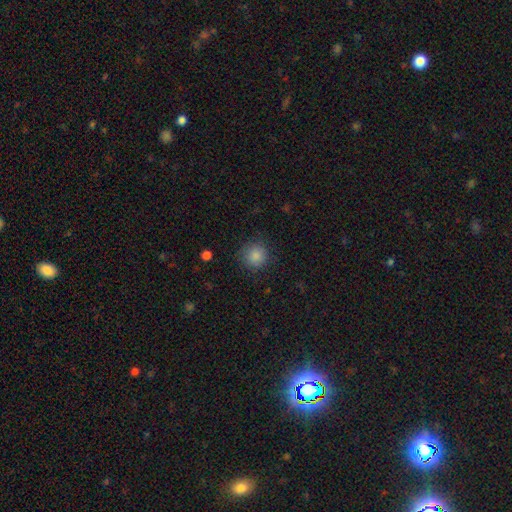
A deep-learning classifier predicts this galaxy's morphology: A smooth galaxy with no disk features (86%) that is round (93%).

Vote fractions:
- Smooth or featured? smooth: 86% / star or artifact: 10% / featured or disk: 4%
- How rounded? round: 93% / in between: 6% / cigar-shaped: 1%
- Merging? none: 86% / minor disturbance: 10% / major disturbance: 3% / merger: 1%